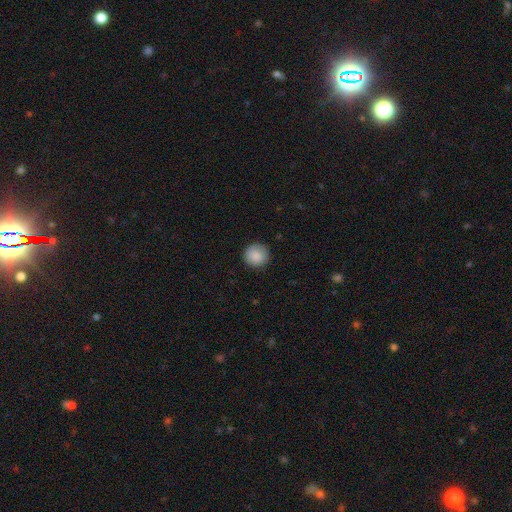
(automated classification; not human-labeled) smooth 88%, star or artifact 8%, featured or disk 4%. Down the decision tree: how rounded — round (94%); merging — none (88%).